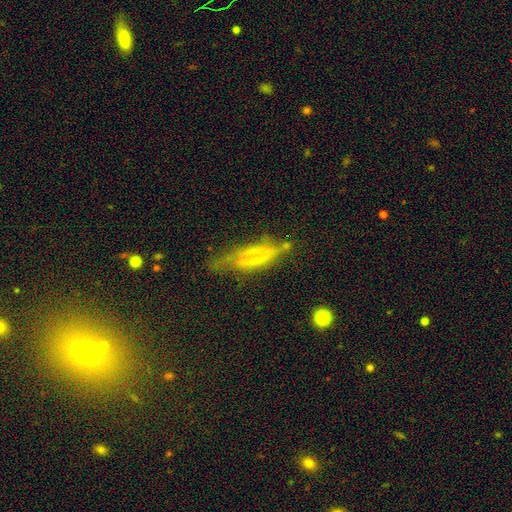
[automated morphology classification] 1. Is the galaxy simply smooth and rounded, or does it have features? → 48% smooth, 39% featured or disk, 14% star or artifact.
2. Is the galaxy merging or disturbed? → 53% none, 29% minor disturbance, 14% major disturbance, 4% merger.